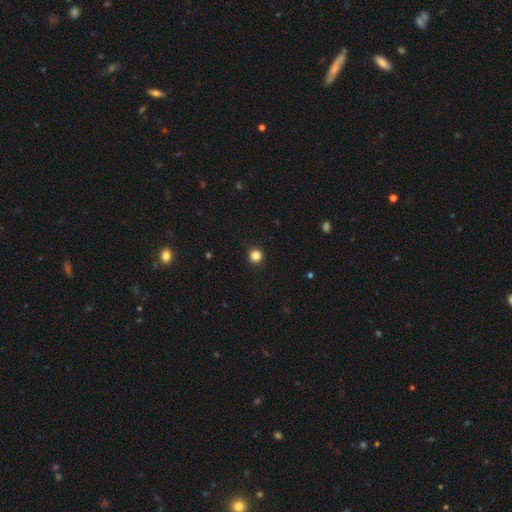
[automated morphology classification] This appears to be a smooth galaxy with no disk features (84%) that is round (95%). Merging: none (92%).